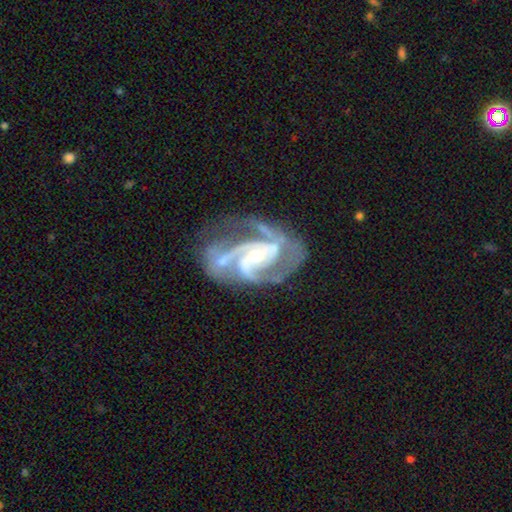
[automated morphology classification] A featured or disk galaxy (92%) with no bar (48%), 3 (47%) medium (51%) spiral arms (98%) and a moderate central bulge (57%).

Vote fractions:
- Smooth or featured? featured or disk: 92% / star or artifact: 4% / smooth: 3%
- Edge-on disk? no: 98% / yes: 2%
- Bar? no: 48% / weak: 34% / strong: 18%
- Spiral arms? yes: 98% / no: 2%
- Spiral winding? medium: 51% / tight: 39% / loose: 10%
- Spiral arm count? 3: 47% / 2: 33% / can't tell: 7% / 4: 6% / 1: 4% / more than 4: 4%
- Bulge size? moderate: 57% / small: 38% / large: 3% / none: 1% / dominant: 1%
- Merging? none: 41% / major disturbance: 25% / minor disturbance: 23% / merger: 12%